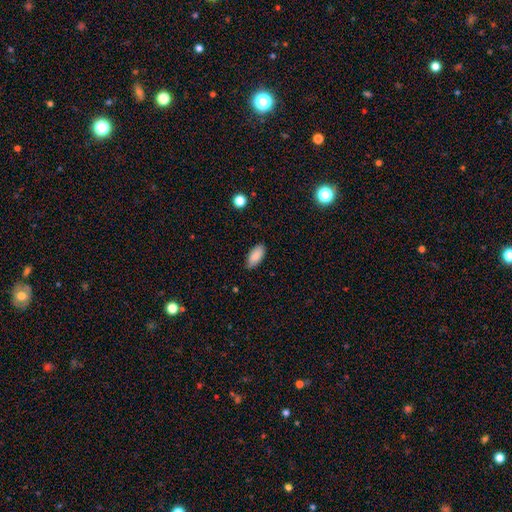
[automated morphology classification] This is clearly a smooth galaxy (88%). How rounded: clearly in between (92%). Merging: clearly none (83%).